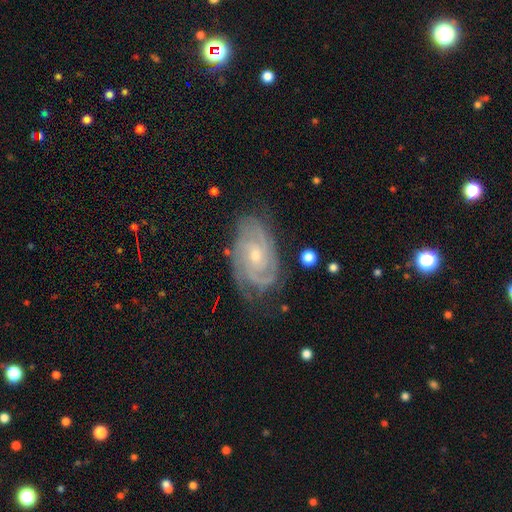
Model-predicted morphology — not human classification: This appears to be a featured or disk galaxy (89%) with no bar (63%), 2 (34%) tight (67%) spiral arms (98%) and a small central bulge (57%). Merging: none (73%).